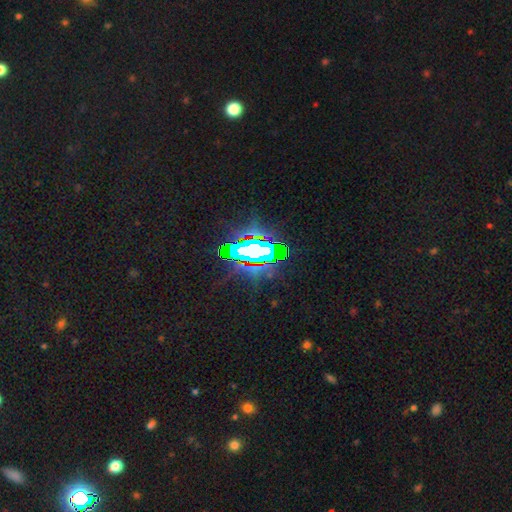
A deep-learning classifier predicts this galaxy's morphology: This appears to be a star or artifact, not a galaxy (77%).